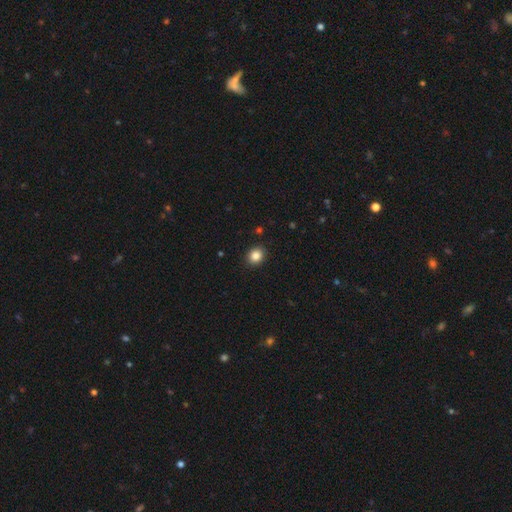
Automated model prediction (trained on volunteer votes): smooth_or_featured: smooth (p=0.85) [alt: star or artifact p=0.10]
how_rounded: round (p=0.71) [alt: in between p=0.28]
merging: none (p=0.91) [alt: minor disturbance p=0.06]